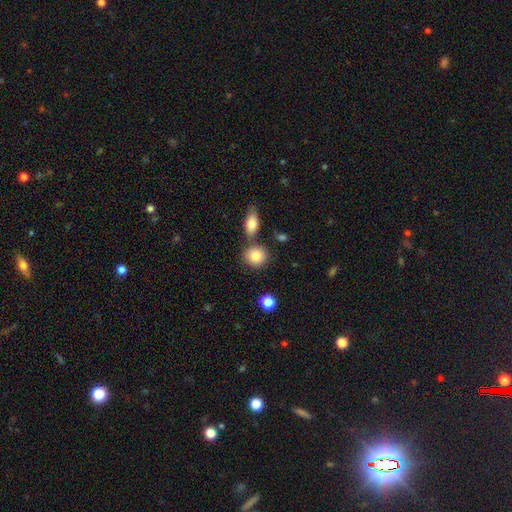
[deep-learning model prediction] smooth_or_featured: smooth (p=0.85) [alt: star or artifact p=0.08]
how_rounded: round (p=0.80) [alt: in between p=0.19]
merging: none (p=0.72) [alt: merger p=0.14]